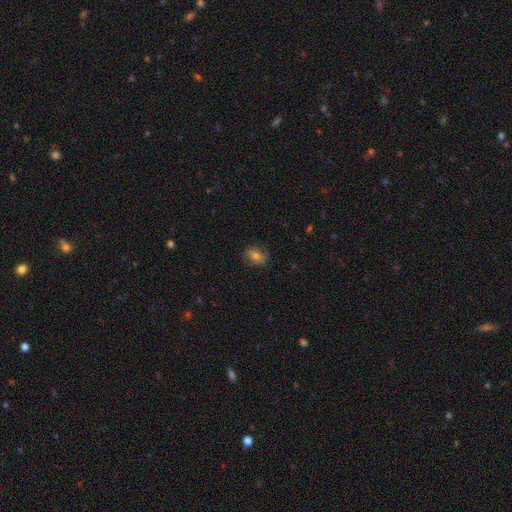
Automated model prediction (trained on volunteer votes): Overall: smooth (66%). How rounded: in between (76%). Merging: none (81%).